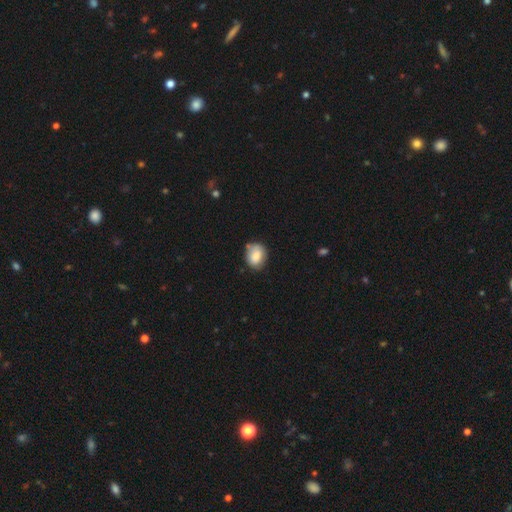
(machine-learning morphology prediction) smooth_or_featured: smooth (p=0.79) [alt: featured or disk p=0.14]
how_rounded: in between (p=0.52) [alt: round p=0.47]
merging: none (p=0.66) [alt: minor disturbance p=0.24]